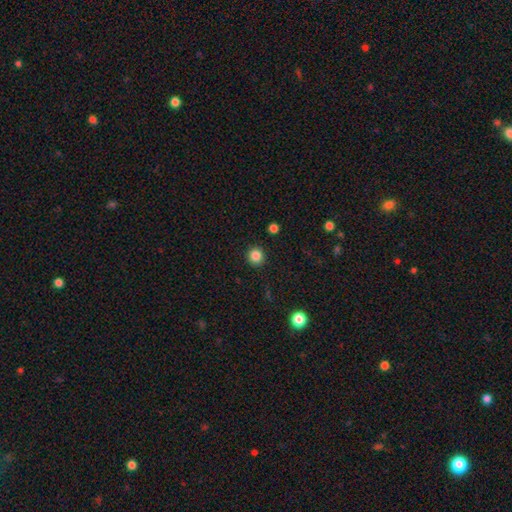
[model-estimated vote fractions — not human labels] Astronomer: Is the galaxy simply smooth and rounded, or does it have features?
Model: smooth — 85%.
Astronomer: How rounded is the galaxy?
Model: round — 94%.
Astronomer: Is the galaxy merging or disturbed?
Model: none — 92%.